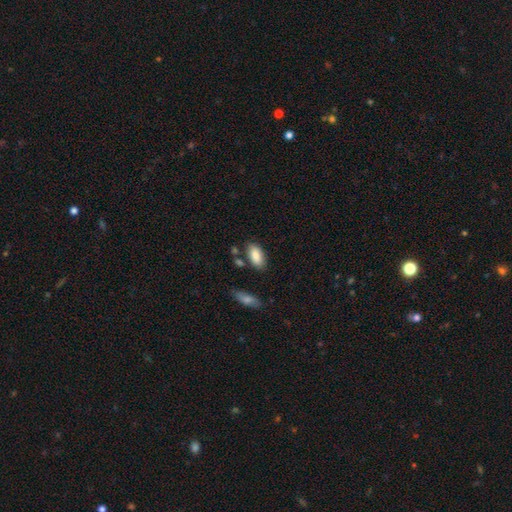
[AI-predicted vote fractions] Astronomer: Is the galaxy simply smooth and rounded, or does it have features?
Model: smooth — 87%.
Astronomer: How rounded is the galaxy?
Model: in between — 91%.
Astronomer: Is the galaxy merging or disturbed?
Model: none — 75%.